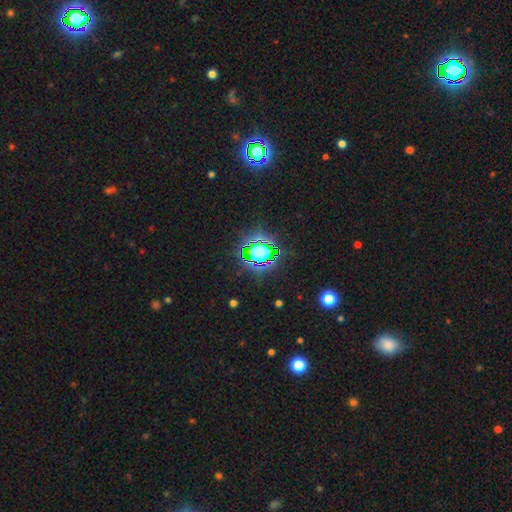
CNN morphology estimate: Overall: star or artifact (80%).